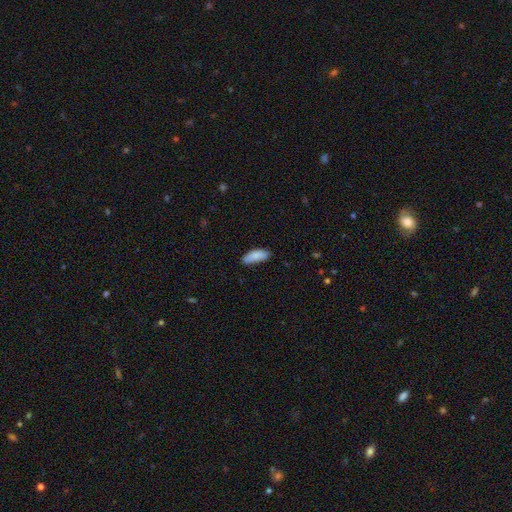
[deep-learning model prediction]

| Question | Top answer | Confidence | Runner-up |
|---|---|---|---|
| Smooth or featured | smooth | 87% | featured or disk (7%) |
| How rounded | in between | 70% | cigar-shaped (28%) |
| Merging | none | 73% | minor disturbance (22%) |